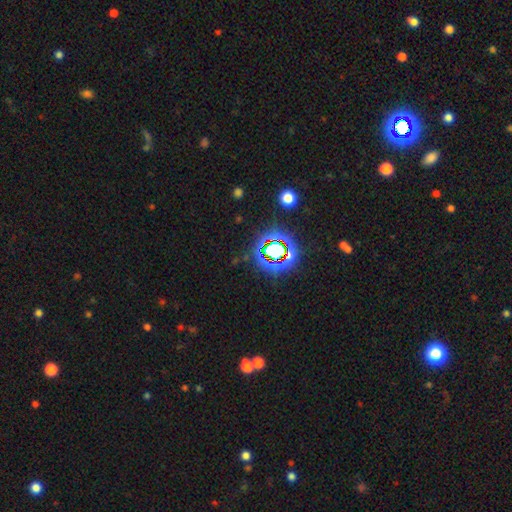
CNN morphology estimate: Q: Smooth or featured?
A: star or artifact (81%); runner-up: smooth (12%)